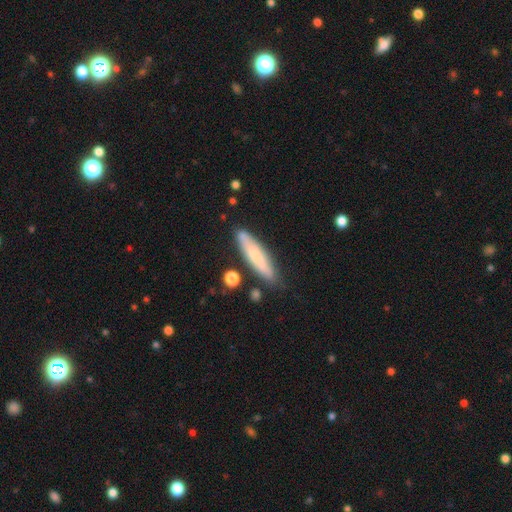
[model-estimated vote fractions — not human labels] smooth_or_featured: smooth (p=0.68) [alt: featured or disk p=0.25]
how_rounded: cigar-shaped (p=0.82) [alt: in between p=0.16]
merging: none (p=0.78) [alt: minor disturbance p=0.14]